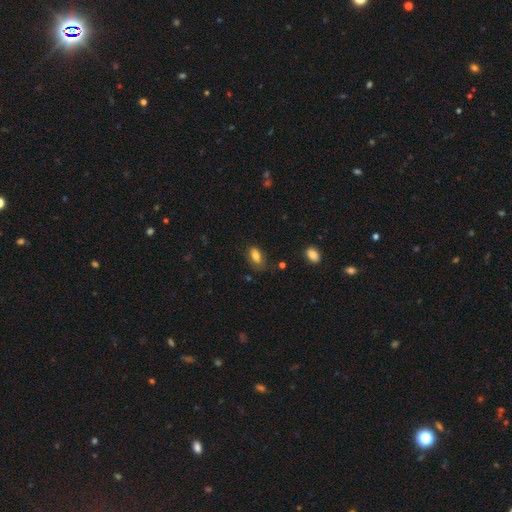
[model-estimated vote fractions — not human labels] This is clearly a smooth galaxy (81%). How rounded: clearly in between (89%). Merging: likely none (62%).